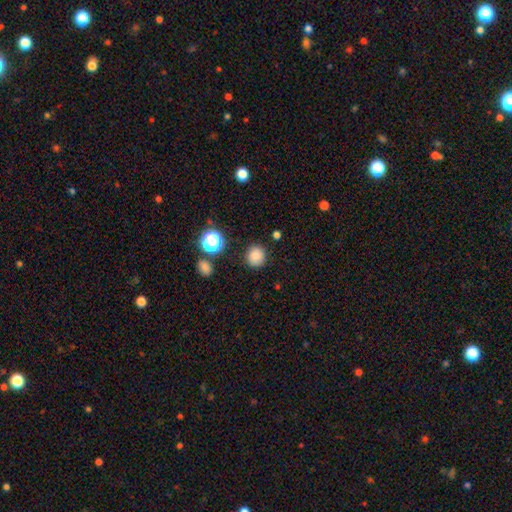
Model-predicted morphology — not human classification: smooth-or-featured: smooth: 83% | star or artifact: 12% | featured or disk: 5%
  how-rounded: round: 90% | in between: 9% | cigar-shaped: 1%
  merging: none: 86% | minor disturbance: 9% | major disturbance: 3% | merger: 2%